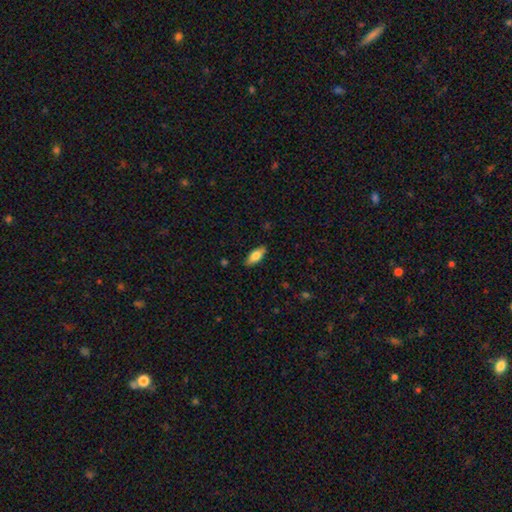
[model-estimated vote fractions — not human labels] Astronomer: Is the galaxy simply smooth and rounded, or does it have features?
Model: smooth — 71%.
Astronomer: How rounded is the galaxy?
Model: in between — 76%.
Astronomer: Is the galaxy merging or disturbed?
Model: none — 87%.